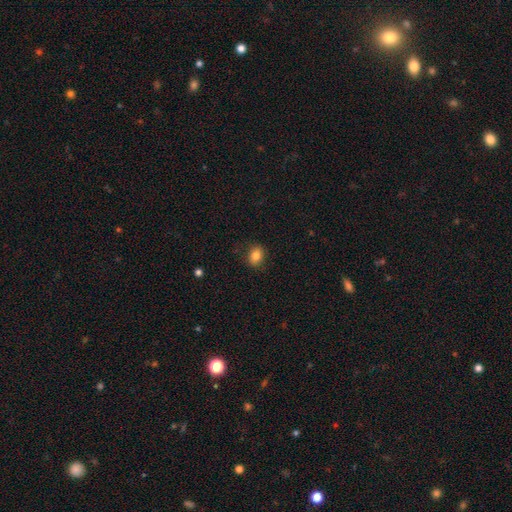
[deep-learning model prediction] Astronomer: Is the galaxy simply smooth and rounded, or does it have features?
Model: smooth — 84%.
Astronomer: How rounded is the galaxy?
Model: in between — 55% (runner-up: round, 44%).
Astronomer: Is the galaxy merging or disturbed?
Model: none — 84%.